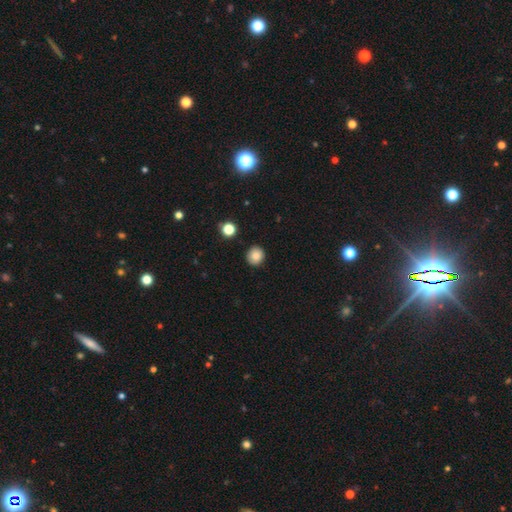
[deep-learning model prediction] smooth_or_featured: smooth (p=0.85) [alt: star or artifact p=0.10]
how_rounded: round (p=0.89) [alt: in between p=0.11]
merging: none (p=0.90) [alt: minor disturbance p=0.07]